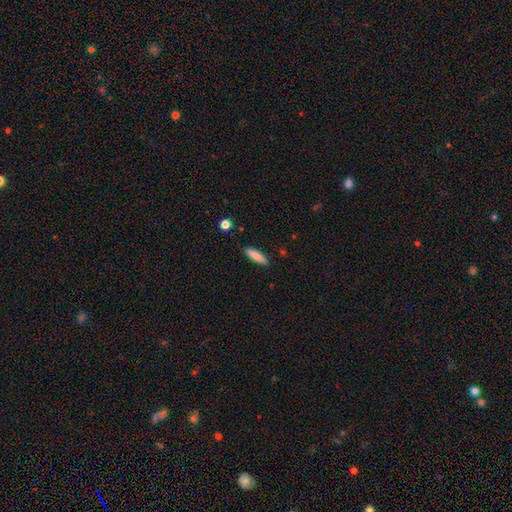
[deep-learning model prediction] Smooth or featured?
  - smooth: 85% *
  - featured or disk: 9%
  - star or artifact: 6%
How rounded?
  - cigar-shaped: 72% *
  - in between: 26%
  - round: 2%
Merging?
  - none: 89% *
  - minor disturbance: 8%
  - major disturbance: 2%
  - merger: 1%